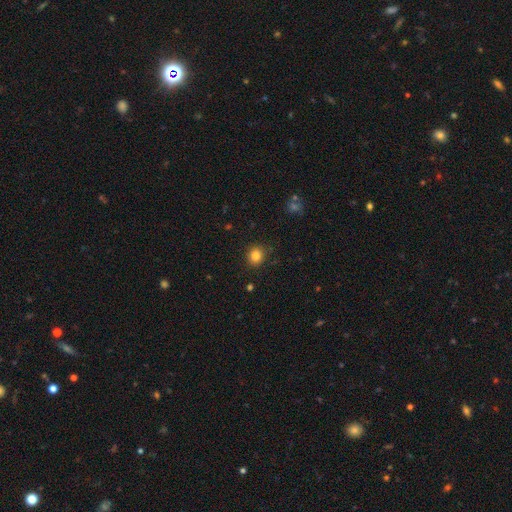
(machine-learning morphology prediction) A smooth galaxy with no disk features (83%) that is round (83%).

Vote fractions:
- Smooth or featured? smooth: 83% / star or artifact: 12% / featured or disk: 5%
- How rounded? round: 83% / in between: 16% / cigar-shaped: 1%
- Merging? none: 88% / minor disturbance: 9% / major disturbance: 2% / merger: 1%